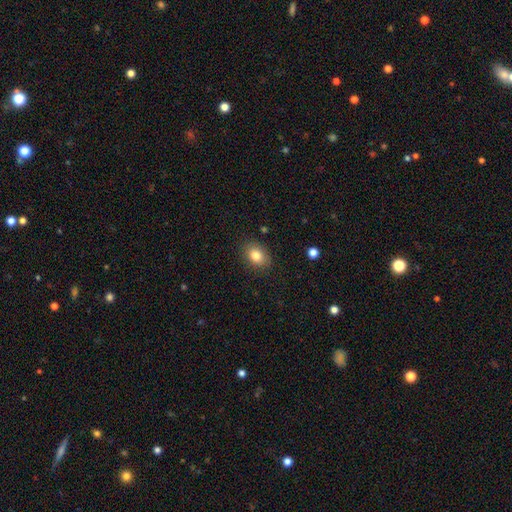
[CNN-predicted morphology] Smooth or featured?
  - smooth: 82% *
  - star or artifact: 9%
  - featured or disk: 9%
How rounded?
  - in between: 71% *
  - round: 28%
  - cigar-shaped: 1%
Merging?
  - none: 86% *
  - minor disturbance: 10%
  - major disturbance: 3%
  - merger: 1%